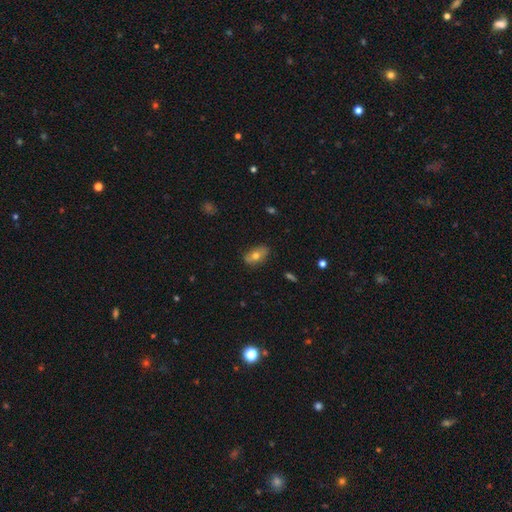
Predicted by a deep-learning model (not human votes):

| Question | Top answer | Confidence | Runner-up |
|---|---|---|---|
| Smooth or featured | smooth | 66% | featured or disk (26%) |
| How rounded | in between | 87% | round (7%) |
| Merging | none | 82% | minor disturbance (14%) |